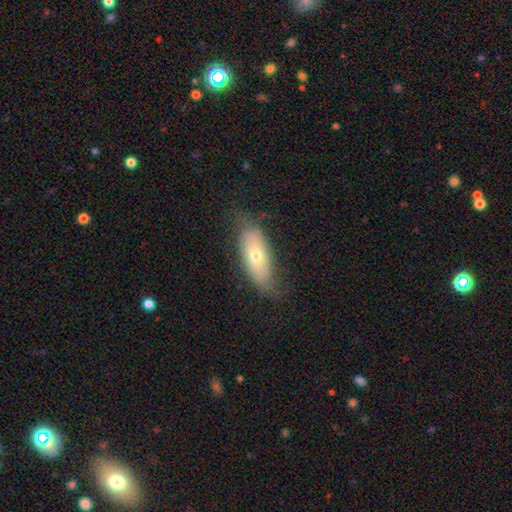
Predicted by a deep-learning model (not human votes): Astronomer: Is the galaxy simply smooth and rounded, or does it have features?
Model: smooth — 60%.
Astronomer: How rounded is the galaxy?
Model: in between — 82%.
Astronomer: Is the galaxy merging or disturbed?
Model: none — 63%.